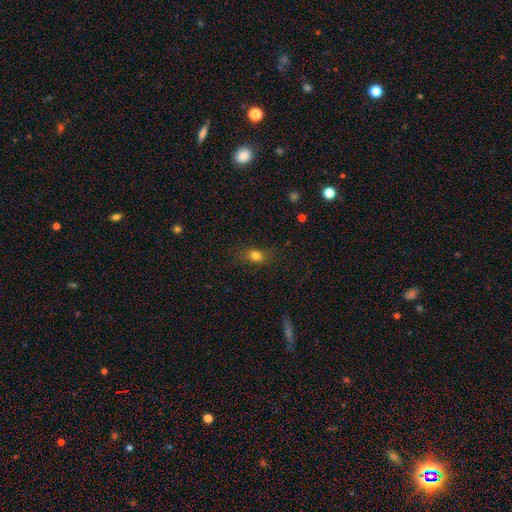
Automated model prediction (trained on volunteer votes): This appears to be a smooth galaxy with no disk features (77%) that is in between round and cigar-shaped (62%). Merging: none (80%).